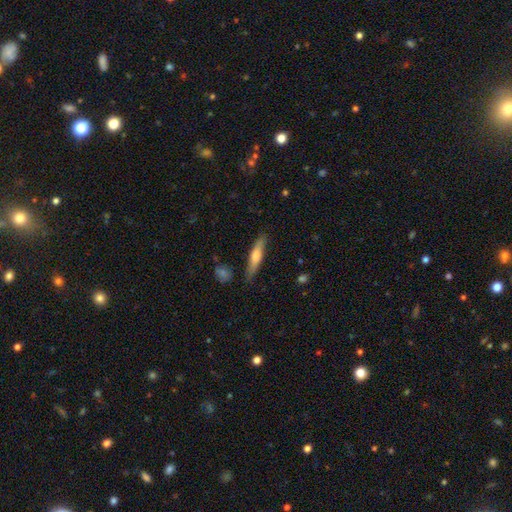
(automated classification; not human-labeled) Q: Smooth or featured?
A: smooth (54%); runner-up: featured or disk (40%)
Q: How rounded?
A: cigar-shaped (85%); runner-up: in between (13%)
Q: Merging?
A: none (84%); runner-up: minor disturbance (12%)